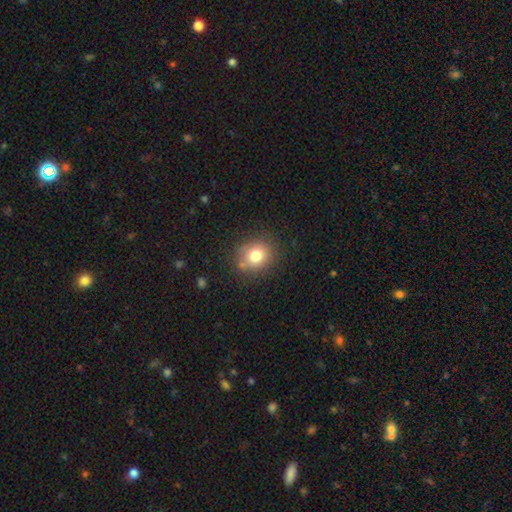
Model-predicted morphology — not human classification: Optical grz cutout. It shows a smooth galaxy with no disk features (79%) that is round (72%). Merging: none (79%).